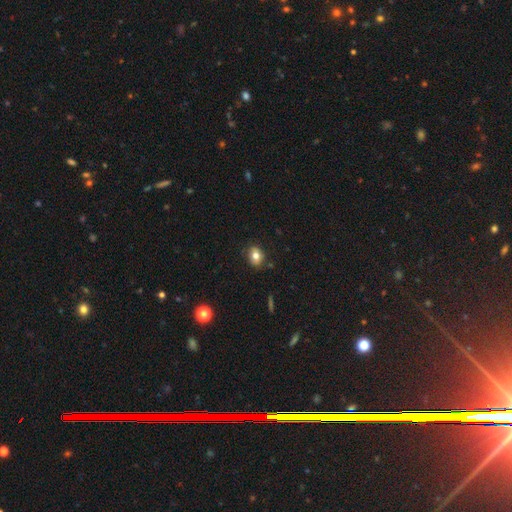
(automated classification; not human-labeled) smooth_or_featured: smooth (p=0.76) [alt: featured or disk p=0.13]
how_rounded: in between (p=0.50) [alt: round p=0.49]
merging: none (p=0.81) [alt: minor disturbance p=0.14]